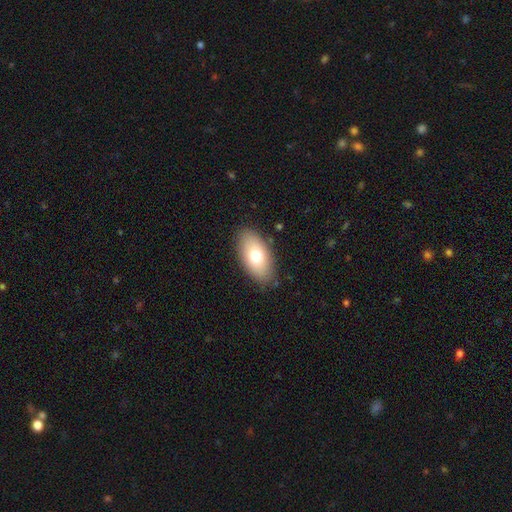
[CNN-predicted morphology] type=smooth (74%); roundness=in between (93%); merging=none (84%).